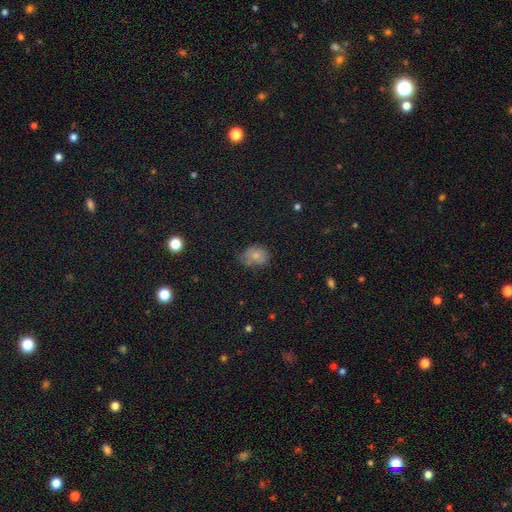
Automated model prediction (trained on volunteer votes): smooth_or_featured: smooth (p=0.73) [alt: featured or disk p=0.14]
how_rounded: in between (p=0.52) [alt: round p=0.47]
merging: none (p=0.52) [alt: minor disturbance p=0.32]